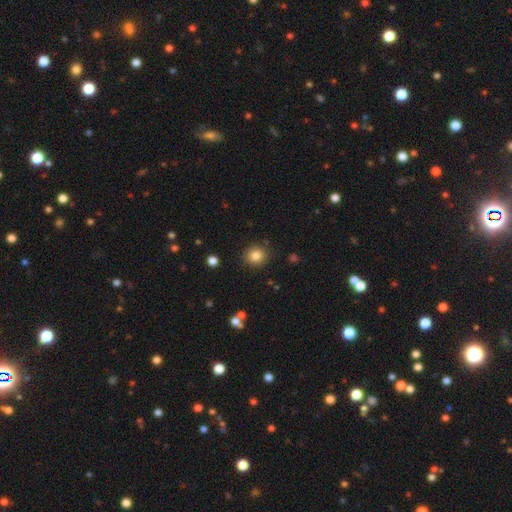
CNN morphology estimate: Smooth or featured? smooth (83%)
How rounded? round (86%)
Merging? none (88%)